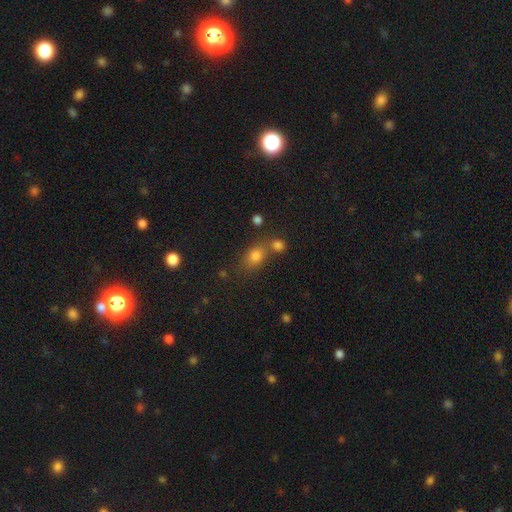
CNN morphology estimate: A smooth galaxy with no disk features (76%) that is in between round and cigar-shaped (62%).

Vote fractions:
- Smooth or featured? smooth: 76% / star or artifact: 15% / featured or disk: 9%
- How rounded? in between: 62% / round: 35% / cigar-shaped: 3%
- Merging? none: 54% / merger: 29% / minor disturbance: 12% / major disturbance: 5%